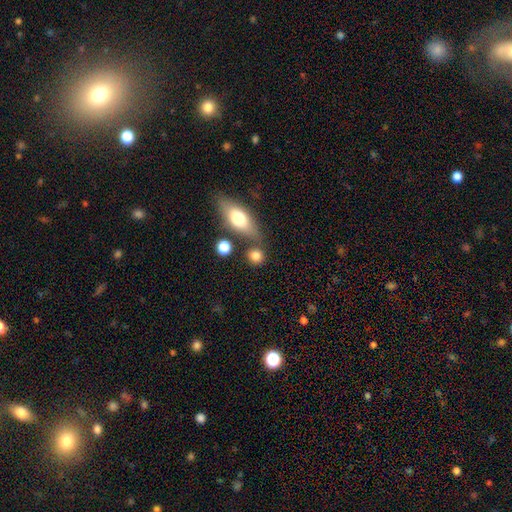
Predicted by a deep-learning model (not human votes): Q: Smooth or featured?
A: smooth (81%); runner-up: featured or disk (10%)
Q: How rounded?
A: round (78%); runner-up: in between (19%)
Q: Merging?
A: none (69%); runner-up: merger (16%)